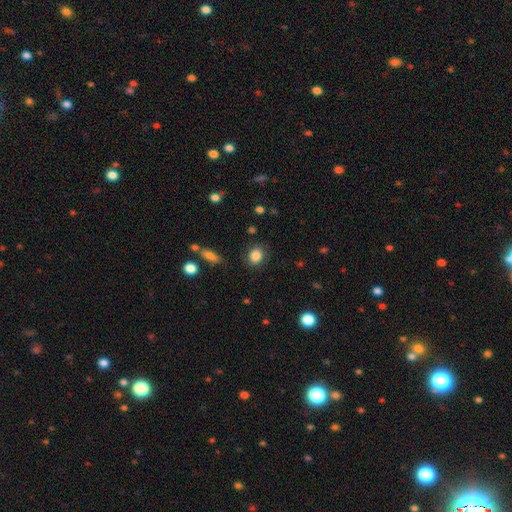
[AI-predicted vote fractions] Smooth or featured: smooth — 85% (star or artifact — 9%)
How rounded: round — 57% (in between — 41%)
Merging: none — 84% (minor disturbance — 11%)